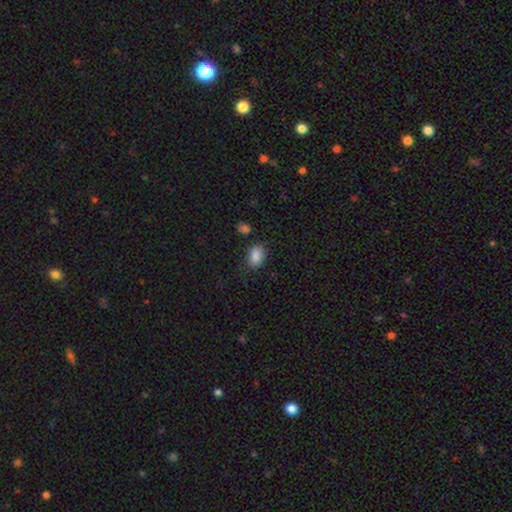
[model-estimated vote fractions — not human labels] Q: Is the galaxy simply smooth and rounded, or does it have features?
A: smooth — 87%.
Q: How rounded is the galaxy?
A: in between — 77%.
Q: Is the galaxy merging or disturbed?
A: none — 76%.